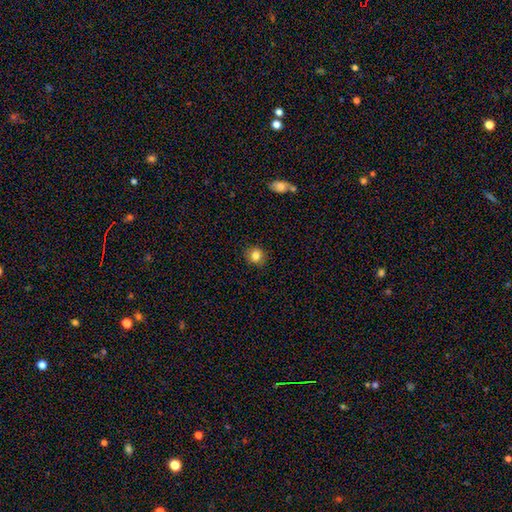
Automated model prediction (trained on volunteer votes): Smooth or featured: smooth — 83% (star or artifact — 11%)
How rounded: round — 84% (in between — 15%)
Merging: none — 90% (minor disturbance — 7%)